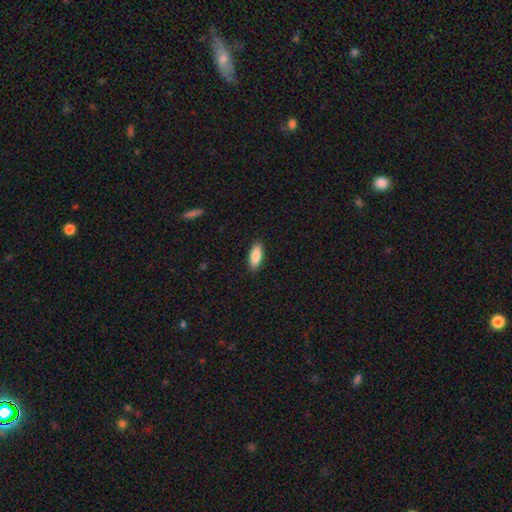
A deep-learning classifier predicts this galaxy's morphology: A smooth galaxy with no disk features (87%) that is in between round and cigar-shaped (81%). Merging: none (90%).